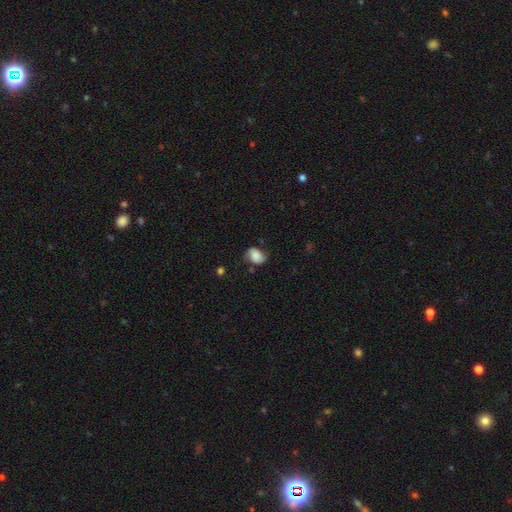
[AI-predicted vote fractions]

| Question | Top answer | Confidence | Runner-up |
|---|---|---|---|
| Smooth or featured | smooth | 68% | featured or disk (23%) |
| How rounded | in between | 66% | round (33%) |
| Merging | none | 57% | minor disturbance (30%) |